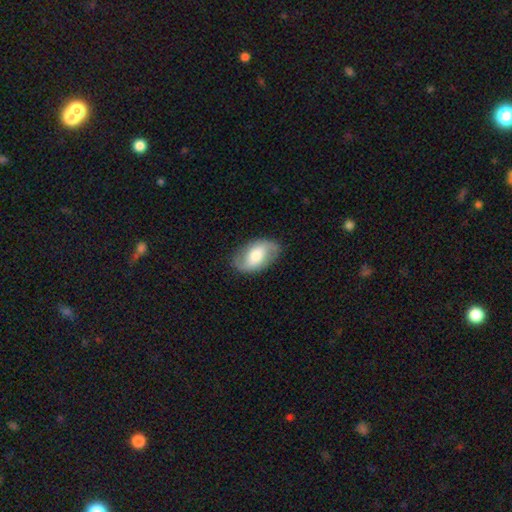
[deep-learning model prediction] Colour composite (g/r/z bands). It shows a featured or disk galaxy (54%) with no bar (44%), spiral arms (81%) and a moderate central bulge (54%). Merging: none (82%).